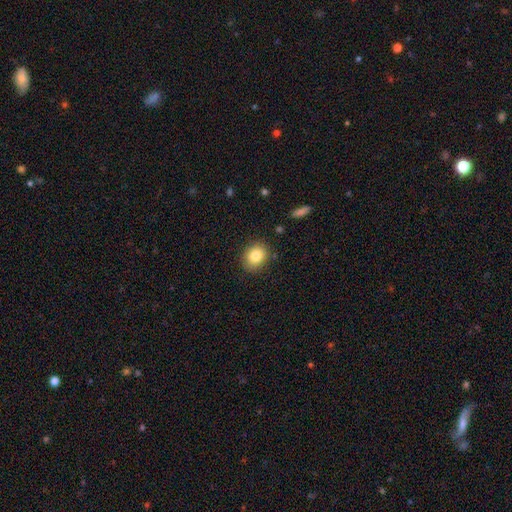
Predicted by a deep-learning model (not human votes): Smooth or featured? Predicted: smooth (p=0.82). How rounded? Predicted: round (p=0.60). Merging? Predicted: none (p=0.86).